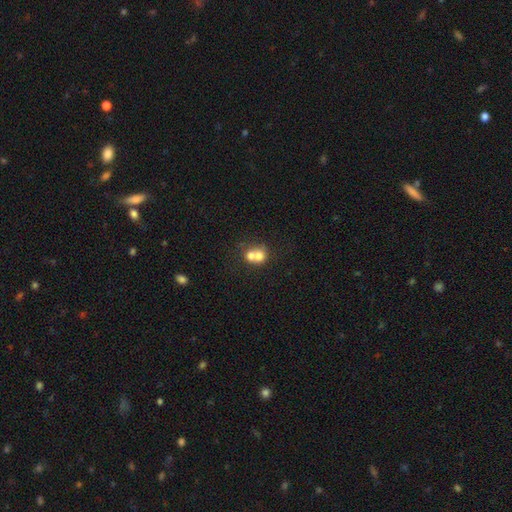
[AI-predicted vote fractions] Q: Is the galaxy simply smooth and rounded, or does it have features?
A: smooth — 68%.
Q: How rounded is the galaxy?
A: round — 75%.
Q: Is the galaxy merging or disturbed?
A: merger — 68%.